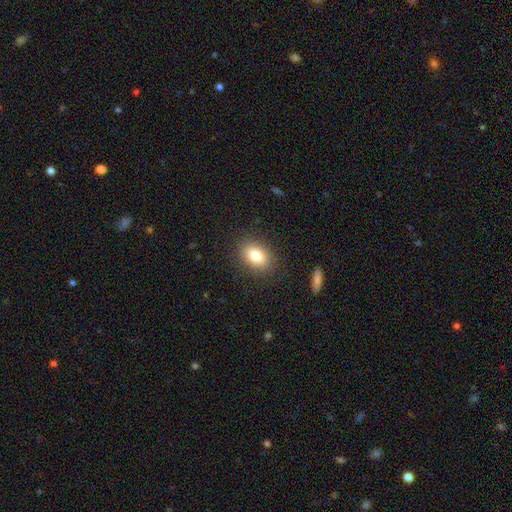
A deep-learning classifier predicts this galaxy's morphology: Smooth or featured? smooth (80%)
How rounded? in between (79%)
Merging? none (87%)